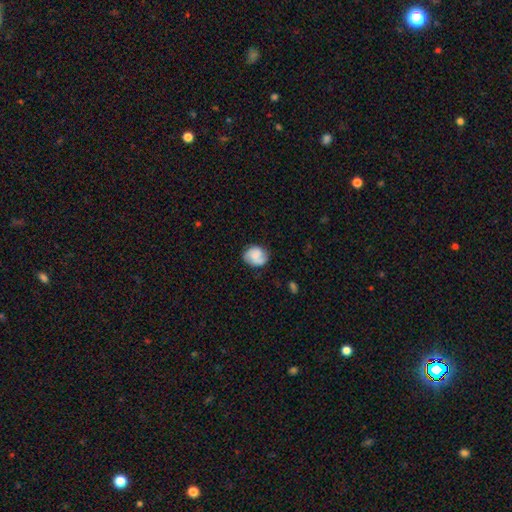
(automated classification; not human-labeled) smooth_or_featured: smooth (p=0.57) [alt: featured or disk p=0.35]
how_rounded: round (p=0.66) [alt: in between p=0.33]
merging: none (p=0.70) [alt: minor disturbance p=0.21]